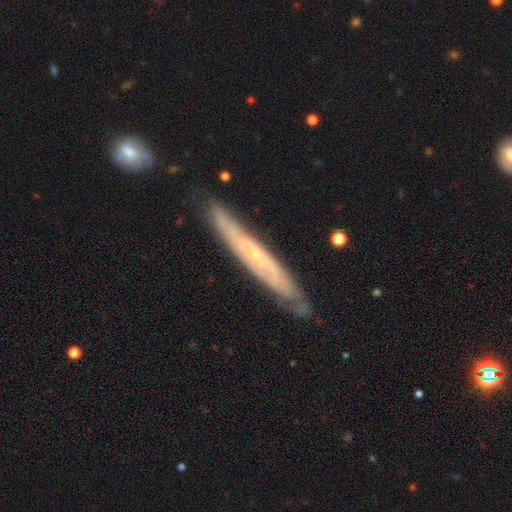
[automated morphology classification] Smooth or featured?
  - featured or disk: 74% *
  - smooth: 20%
  - star or artifact: 6%
Edge-on disk?
  - yes: 61% *
  - no: 39%
Merging?
  - none: 77% *
  - minor disturbance: 18%
  - major disturbance: 3%
  - merger: 2%